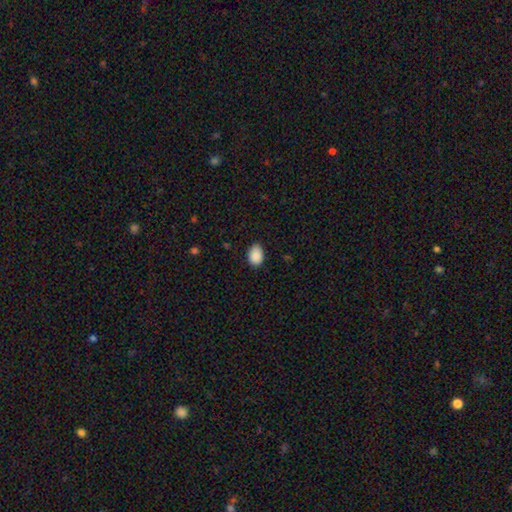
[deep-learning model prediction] A smooth galaxy with no disk features (90%) that is in between round and cigar-shaped (81%). Merging: none (83%).